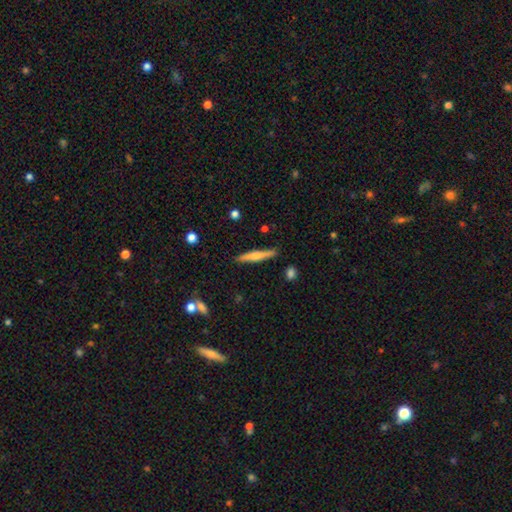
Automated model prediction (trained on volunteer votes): This is possibly a smooth galaxy (53%). How rounded: clearly cigar-shaped (92%). Merging: clearly none (88%).